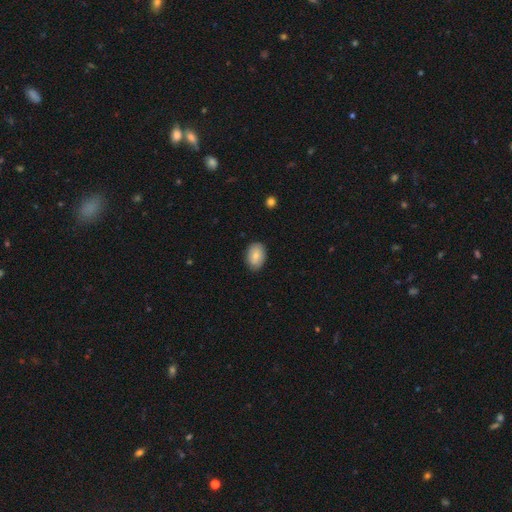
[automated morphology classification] Smooth or featured? Predicted: smooth (p=0.74). How rounded? Predicted: in between (p=0.82). Merging? Predicted: none (p=0.84).